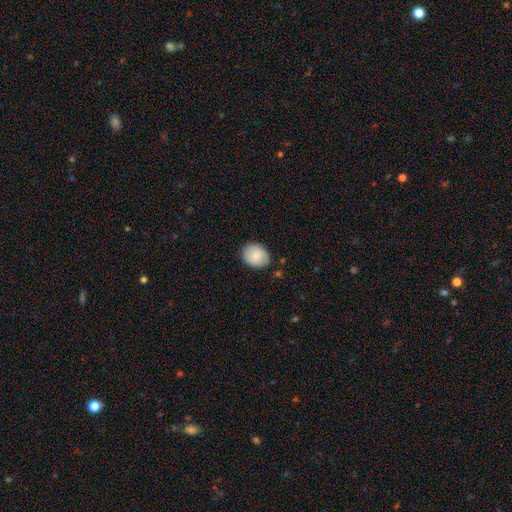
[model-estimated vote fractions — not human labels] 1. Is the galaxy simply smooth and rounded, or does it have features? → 80% smooth, 13% featured or disk, 7% star or artifact.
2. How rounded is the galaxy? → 56% in between, 43% round, 1% cigar-shaped.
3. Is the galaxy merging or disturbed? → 82% none, 14% minor disturbance, 2% major disturbance, 2% merger.